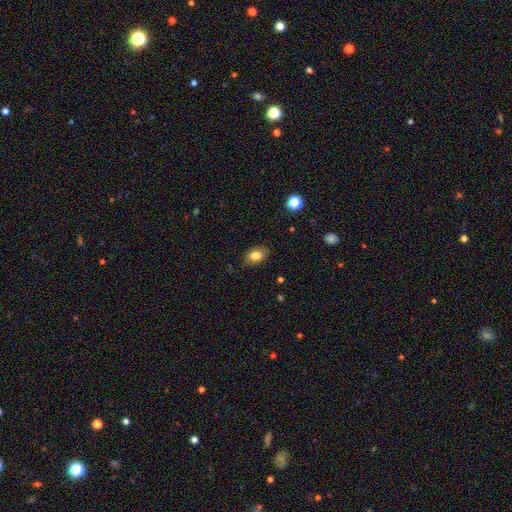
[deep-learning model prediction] smooth 83%, star or artifact 9%, featured or disk 8%. Down the decision tree: how rounded — in between (82%); merging — none (82%).